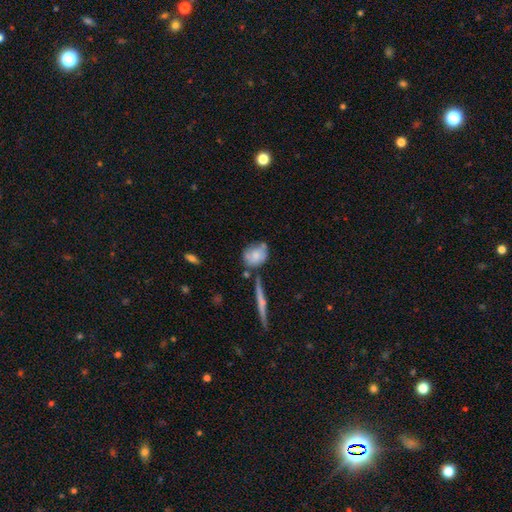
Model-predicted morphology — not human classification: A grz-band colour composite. It shows a smooth galaxy with no disk features (67%) that is round (48%, tied with in between). Merging: none (50%).